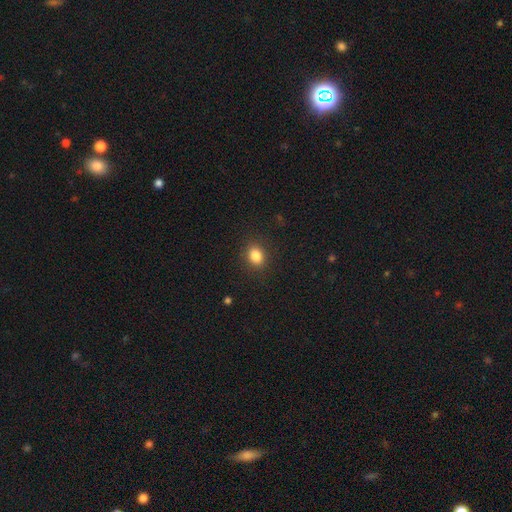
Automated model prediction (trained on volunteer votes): Smooth or featured? Predicted: smooth (p=0.85). How rounded? Predicted: in between (p=0.51). Merging? Predicted: none (p=0.88).